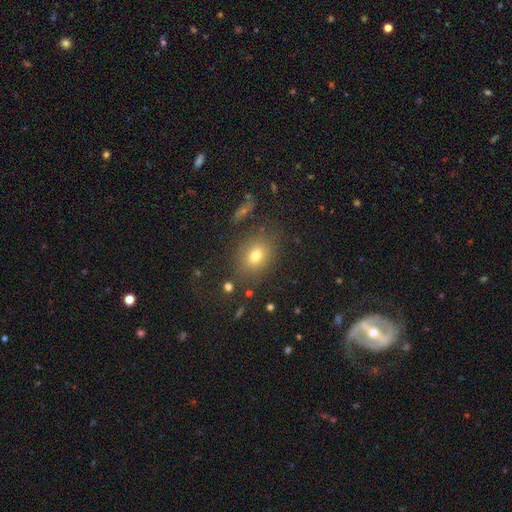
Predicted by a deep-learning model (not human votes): Smooth or featured? Predicted: smooth (p=0.72). How rounded? Predicted: in between (p=0.60). Merging? Predicted: none (p=0.79).